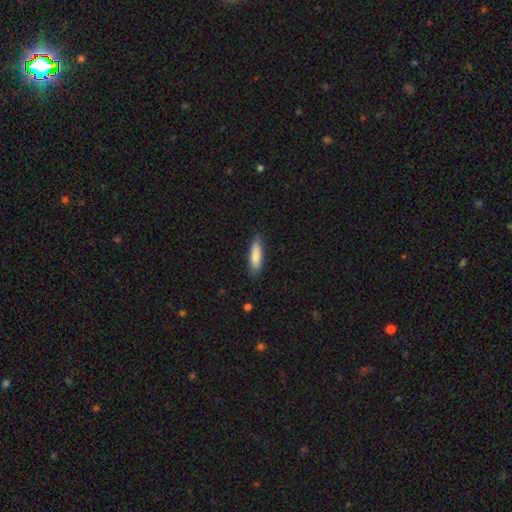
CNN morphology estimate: This appears to be a smooth galaxy with no disk features (84%) that is cigar-shaped (60%). Merging: none (82%).